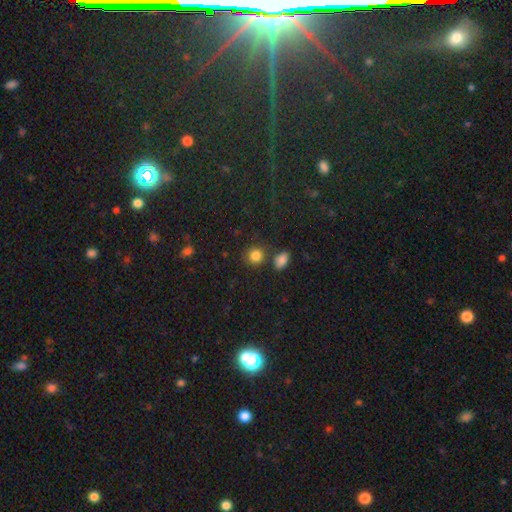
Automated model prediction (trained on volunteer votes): Smooth or featured?
  - smooth: 84% *
  - star or artifact: 11%
  - featured or disk: 5%
How rounded?
  - round: 83% *
  - in between: 15%
  - cigar-shaped: 1%
Merging?
  - none: 75% *
  - minor disturbance: 11%
  - merger: 10%
  - major disturbance: 4%